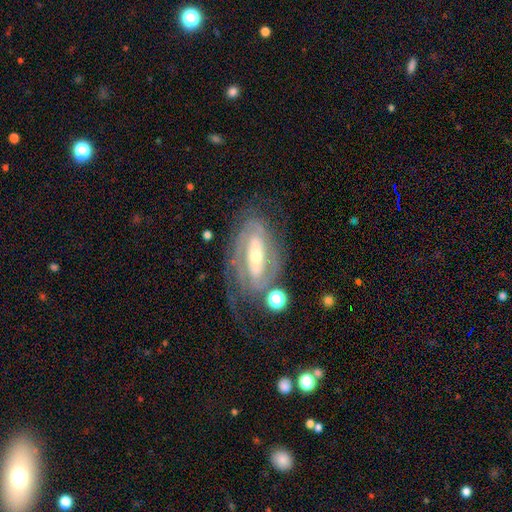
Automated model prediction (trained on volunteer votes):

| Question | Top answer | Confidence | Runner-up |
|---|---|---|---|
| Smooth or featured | featured or disk | 84% | smooth (10%) |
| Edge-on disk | no | 92% | yes (8%) |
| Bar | strong | 45% | weak (28%) |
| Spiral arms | yes | 85% | no (15%) |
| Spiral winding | tight | 62% | medium (29%) |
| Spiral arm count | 2 | 55% | can't tell (27%) |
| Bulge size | moderate | 49% | small (45%) |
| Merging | none | 62% | minor disturbance (19%) |